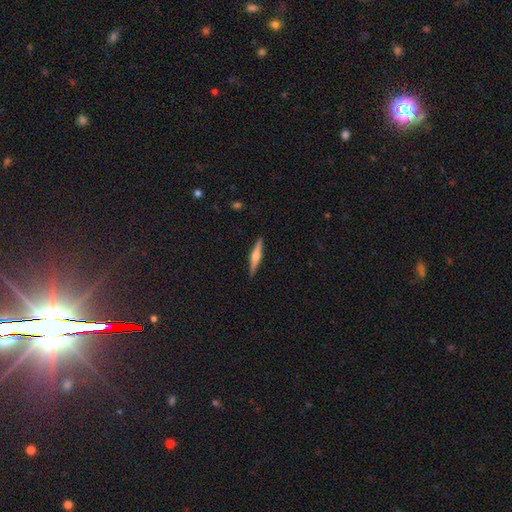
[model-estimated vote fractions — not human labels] Smooth or featured?
  - featured or disk: 64% *
  - smooth: 30%
  - star or artifact: 6%
Edge-on disk?
  - yes: 98% *
  - no: 2%
Edge-on bulge?
  - rounded: 90% *
  - boxy: 6%
  - none: 5%
Merging?
  - none: 91% *
  - minor disturbance: 7%
  - major disturbance: 1%
  - merger: 1%